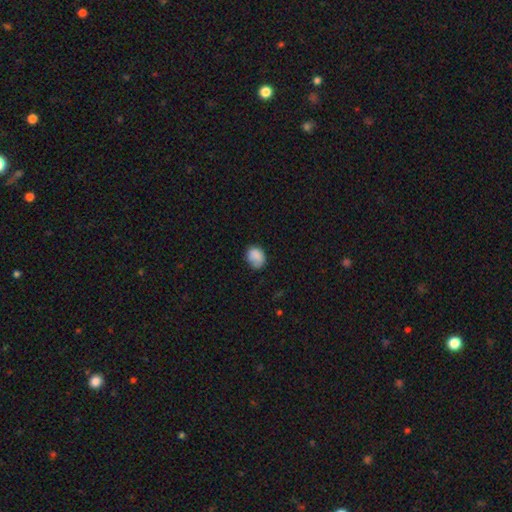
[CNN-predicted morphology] smooth 84%, star or artifact 9%, featured or disk 7%. Down the decision tree: how rounded — in between (55%); merging — none (66%).